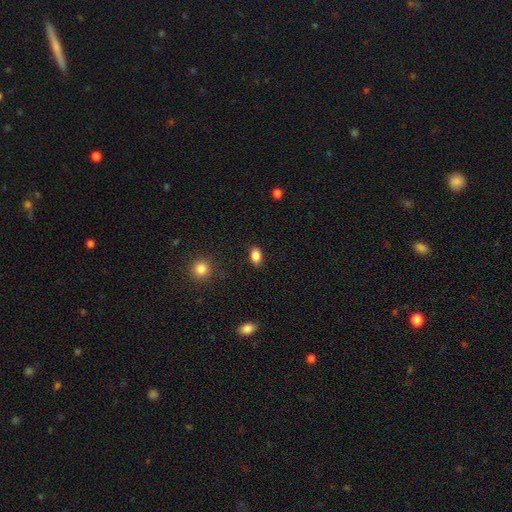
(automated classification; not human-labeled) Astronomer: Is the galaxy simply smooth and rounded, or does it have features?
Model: smooth — 86%.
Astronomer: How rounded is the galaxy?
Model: in between — 84%.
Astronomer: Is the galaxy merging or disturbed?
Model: none — 85%.